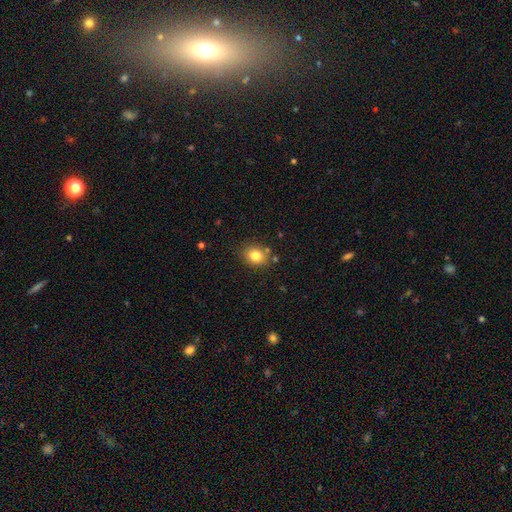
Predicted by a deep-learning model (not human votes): This appears to be a smooth galaxy with no disk features (81%) that is round (55%). Merging: none (80%).